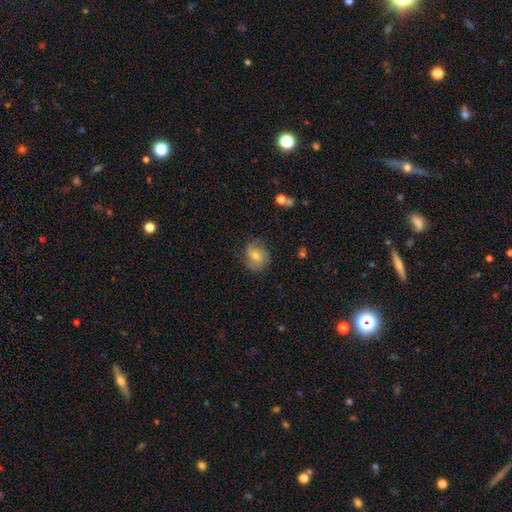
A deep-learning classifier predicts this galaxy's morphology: Overall: smooth (64%; featured or disk 28%). How rounded: round (71%). Merging: none (69%).